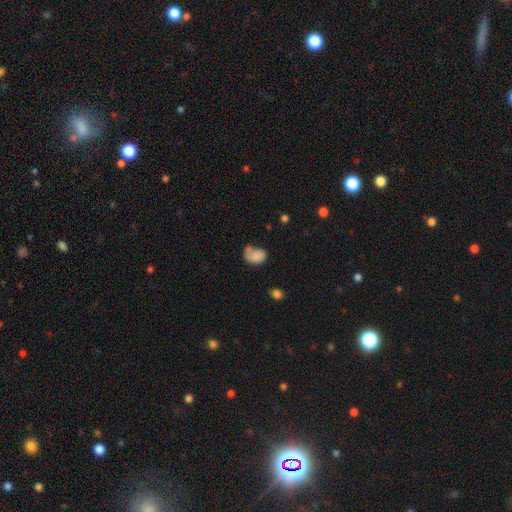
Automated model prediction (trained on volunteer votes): smooth-or-featured: smooth: 75% | featured or disk: 16% | star or artifact: 9%
  how-rounded: in between: 72% | round: 27% | cigar-shaped: 1%
  merging: none: 36% | minor disturbance: 30% | major disturbance: 24% | merger: 10%